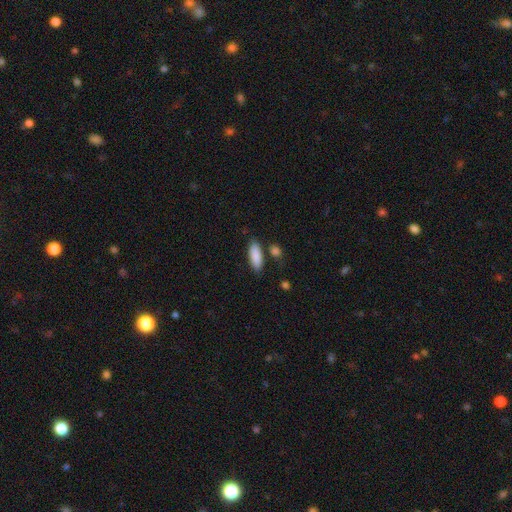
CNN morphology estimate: Smooth or featured? smooth (88%)
How rounded? in between (73%)
Merging? none (79%)